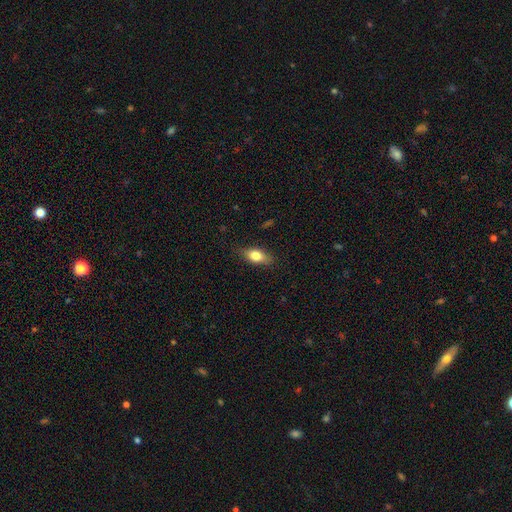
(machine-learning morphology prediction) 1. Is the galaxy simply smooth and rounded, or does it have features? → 77% smooth, 15% featured or disk, 8% star or artifact.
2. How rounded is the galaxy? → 82% in between, 11% cigar-shaped, 8% round.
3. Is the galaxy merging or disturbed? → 81% none, 15% minor disturbance, 3% major disturbance, 1% merger.